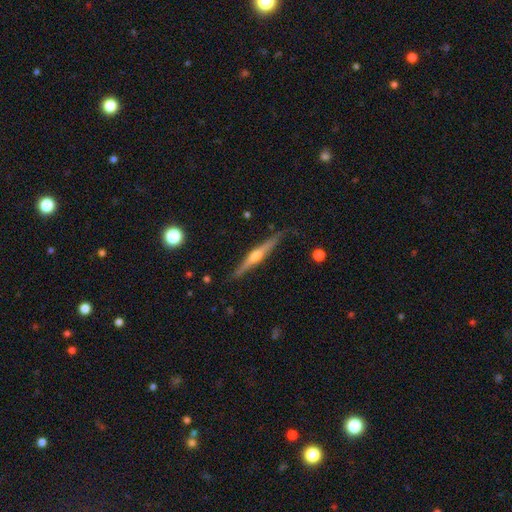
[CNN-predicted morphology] smooth_or_featured: featured or disk (p=0.75) [alt: smooth p=0.20]
disk_edge_on: yes (p=0.98) [alt: no p=0.02]
edge_on_bulge: rounded (p=0.88) [alt: none p=0.07]
merging: none (p=0.84) [alt: minor disturbance p=0.13]